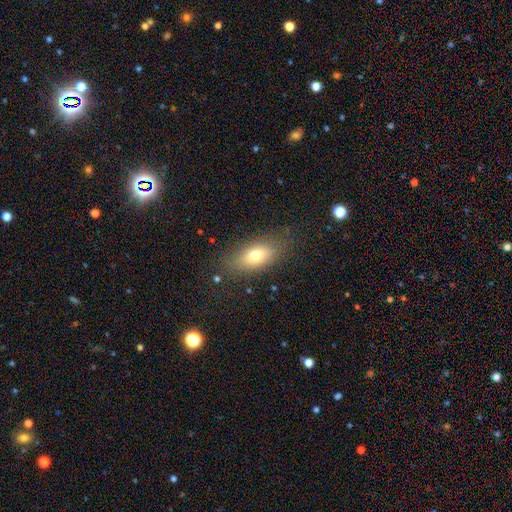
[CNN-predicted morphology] type=smooth (72%); roundness=in between (83%); merging=none (80%).